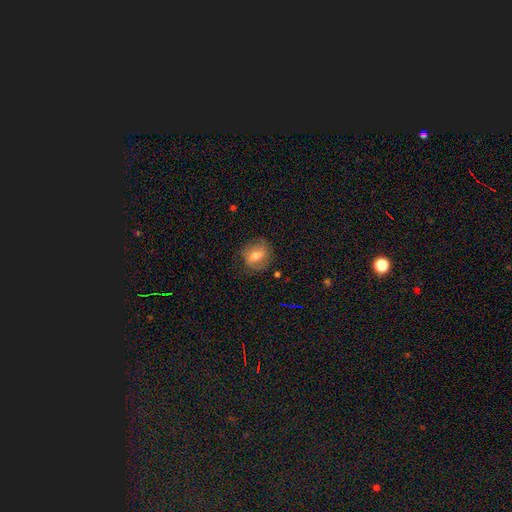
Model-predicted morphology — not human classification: Smooth or featured: smooth — 57% (featured or disk — 33%)
How rounded: round — 60% (in between — 38%)
Merging: none — 73% (minor disturbance — 19%)